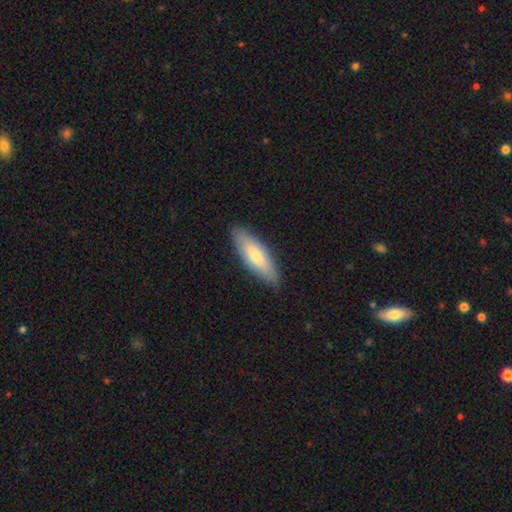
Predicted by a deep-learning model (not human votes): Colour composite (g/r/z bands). It shows a smooth galaxy with no disk features (70%) that is in between round and cigar-shaped (54%). Merging: none (84%).